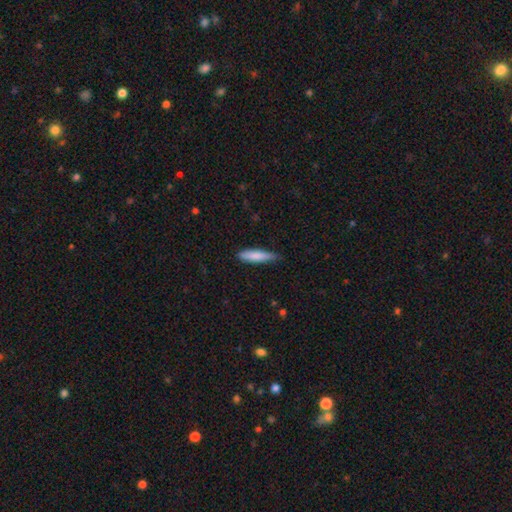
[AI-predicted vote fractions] smooth-or-featured: smooth: 81% | featured or disk: 14% | star or artifact: 6%
  how-rounded: cigar-shaped: 80% | in between: 18% | round: 1%
  merging: none: 70% | minor disturbance: 25% | major disturbance: 3% | merger: 1%